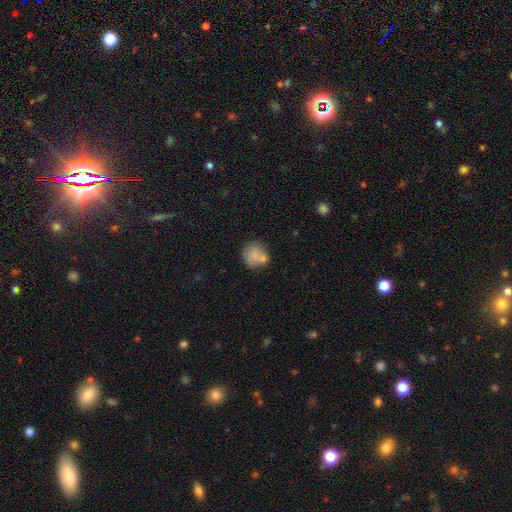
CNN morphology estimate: smooth-or-featured: smooth: 76% | featured or disk: 16% | star or artifact: 8%
  how-rounded: round: 83% | in between: 16% | cigar-shaped: 1%
  merging: none: 51% | merger: 26% | minor disturbance: 17% | major disturbance: 6%